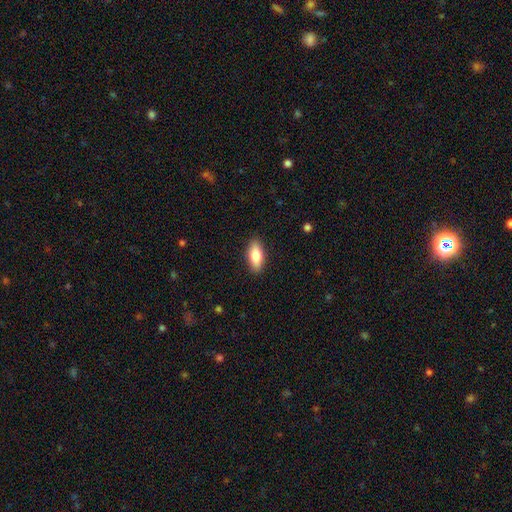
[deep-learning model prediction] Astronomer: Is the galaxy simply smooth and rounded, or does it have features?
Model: smooth — 78%.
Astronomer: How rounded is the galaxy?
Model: in between — 79%.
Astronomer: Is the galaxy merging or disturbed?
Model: none — 89%.